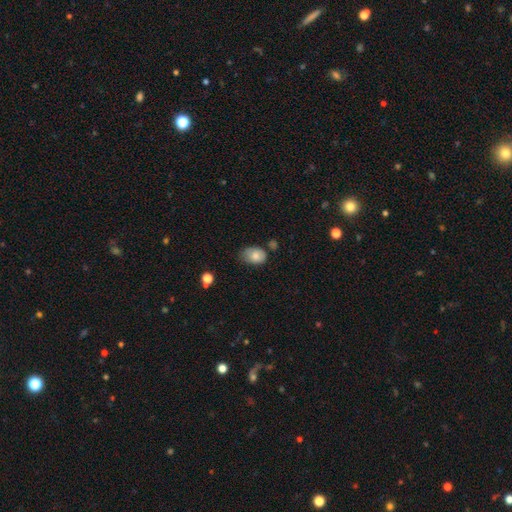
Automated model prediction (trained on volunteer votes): Smooth or featured? smooth (79%)
How rounded? in between (80%)
Merging? none (48%)